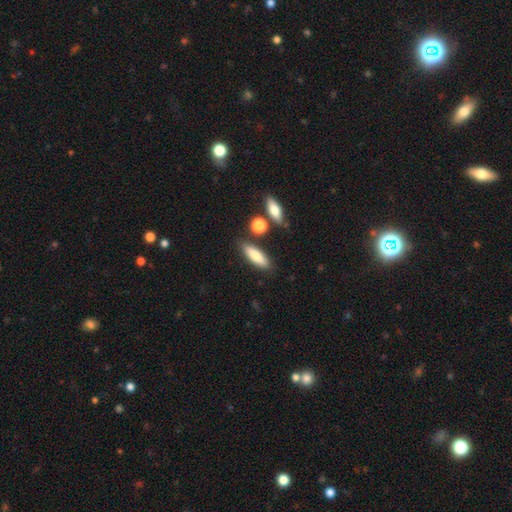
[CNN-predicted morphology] Smooth or featured? Predicted: smooth (p=0.81). How rounded? Predicted: in between (p=0.51). Merging? Predicted: none (p=0.79).